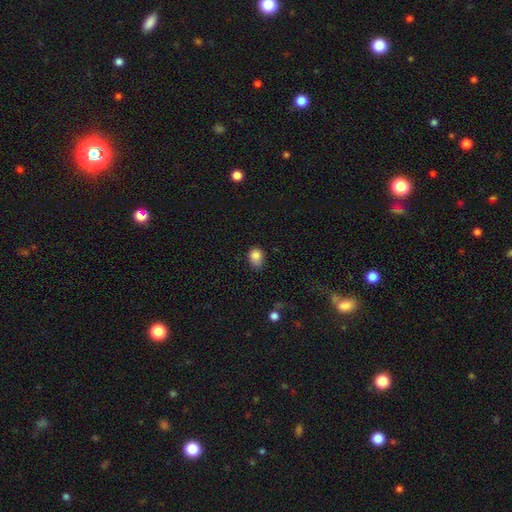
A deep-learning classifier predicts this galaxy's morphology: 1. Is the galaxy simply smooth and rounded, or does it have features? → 83% smooth, 10% star or artifact, 6% featured or disk.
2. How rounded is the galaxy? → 52% in between, 47% round, 1% cigar-shaped.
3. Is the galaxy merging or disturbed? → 55% none, 35% minor disturbance, 8% major disturbance, 2% merger.